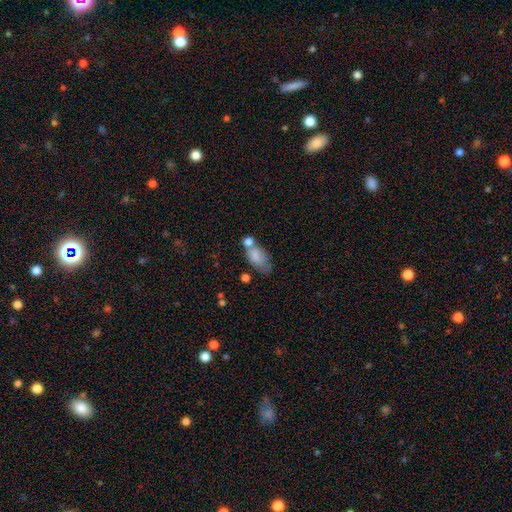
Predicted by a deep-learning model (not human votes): Smooth or featured? Predicted: smooth (p=0.78). How rounded? Predicted: in between (p=0.90). Merging? Predicted: none (p=0.36).